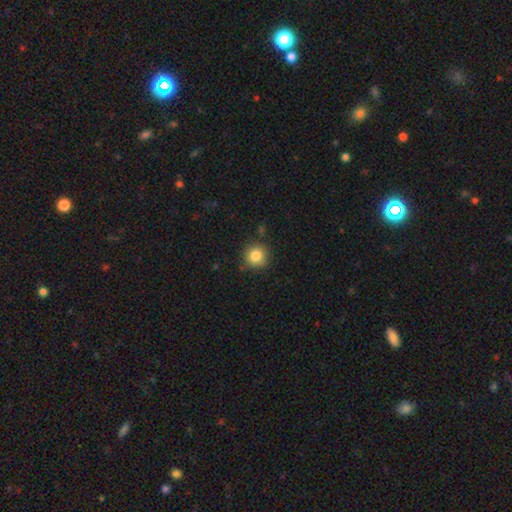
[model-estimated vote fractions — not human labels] Morphology: type=smooth (84%); roundness=round (92%); merging=none (85%).